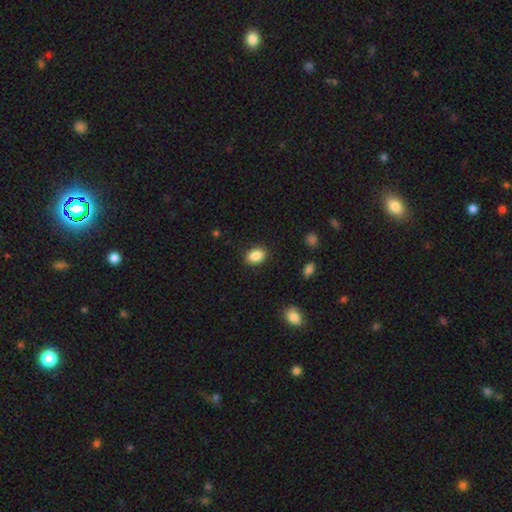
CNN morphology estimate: This appears to be a smooth galaxy with no disk features (87%) that is in between round and cigar-shaped (78%). Merging: none (88%).